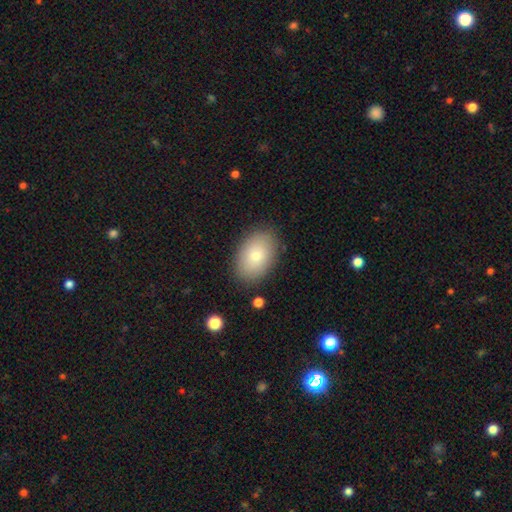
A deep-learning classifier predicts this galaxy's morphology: smooth_or_featured: smooth (p=0.78) [alt: featured or disk p=0.15]
how_rounded: in between (p=0.87) [alt: round p=0.12]
merging: none (p=0.86) [alt: minor disturbance p=0.10]